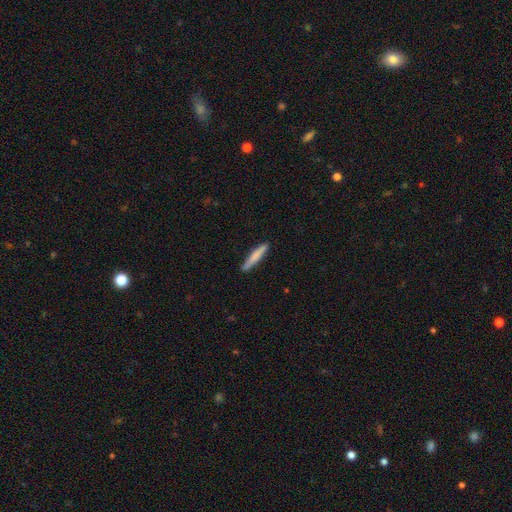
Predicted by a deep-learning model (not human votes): Morphology: type=smooth (72%); roundness=cigar-shaped (94%); merging=none (87%).